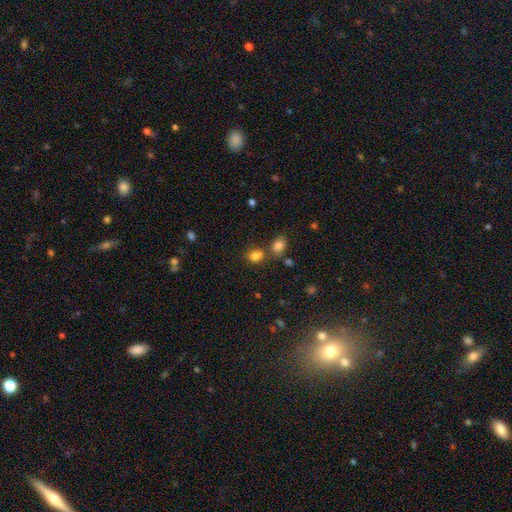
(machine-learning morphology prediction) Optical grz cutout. It shows a smooth galaxy with no disk features (81%) that is in between round and cigar-shaped (62%). Merging: none (54%).